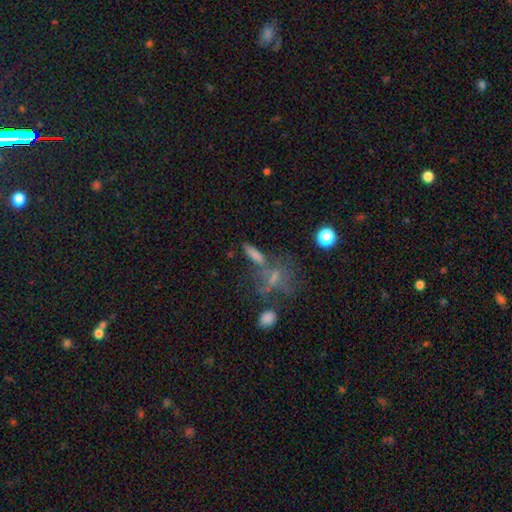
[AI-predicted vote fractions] This appears to be a smooth galaxy with no disk features (55%) that is in between round and cigar-shaped (43%). Merging: none (52%).